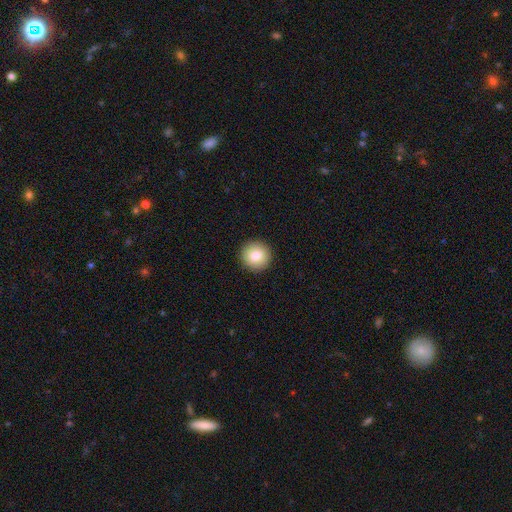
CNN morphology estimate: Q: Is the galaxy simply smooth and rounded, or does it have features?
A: smooth — 85%.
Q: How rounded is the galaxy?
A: round — 95%.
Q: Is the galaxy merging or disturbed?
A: none — 93%.